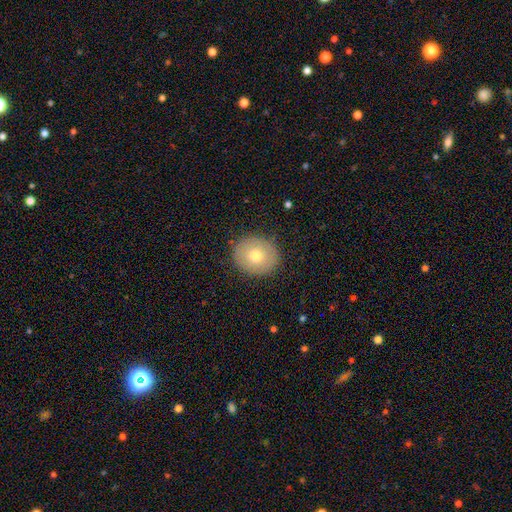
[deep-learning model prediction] smooth_or_featured: smooth (p=0.71) [alt: featured or disk p=0.20]
how_rounded: round (p=0.77) [alt: in between p=0.22]
merging: none (p=0.89) [alt: minor disturbance p=0.08]